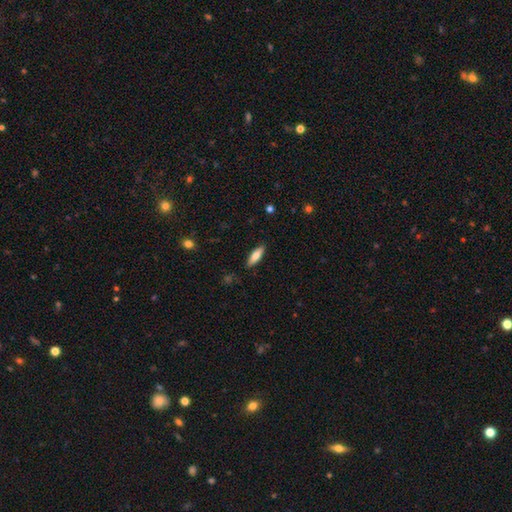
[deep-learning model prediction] Q: Smooth or featured?
A: smooth (75%); runner-up: featured or disk (19%)
Q: How rounded?
A: in between (49%); tied with: cigar-shaped (49%)
Q: Merging?
A: none (88%); runner-up: minor disturbance (9%)